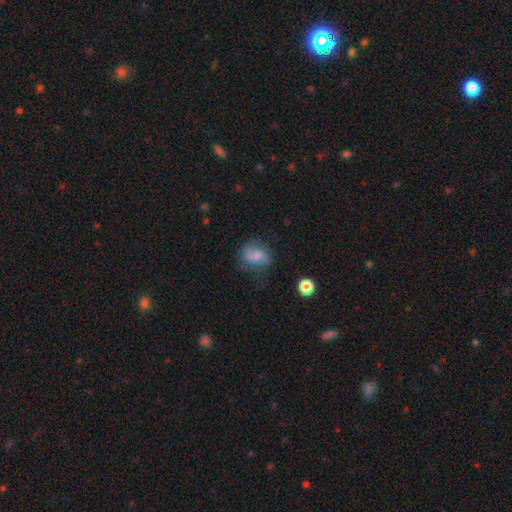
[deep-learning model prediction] Smooth or featured? smooth (56%)
How rounded? in between (58%)
Merging? none (54%)